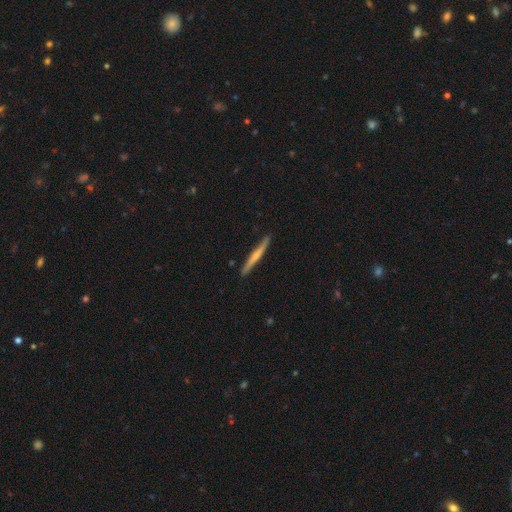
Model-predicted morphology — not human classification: featured or disk 55%, smooth 39%, star or artifact 5%. Down the decision tree: edge-on disk — yes (97%); edge-on bulge — rounded (58%); merging — none (90%).